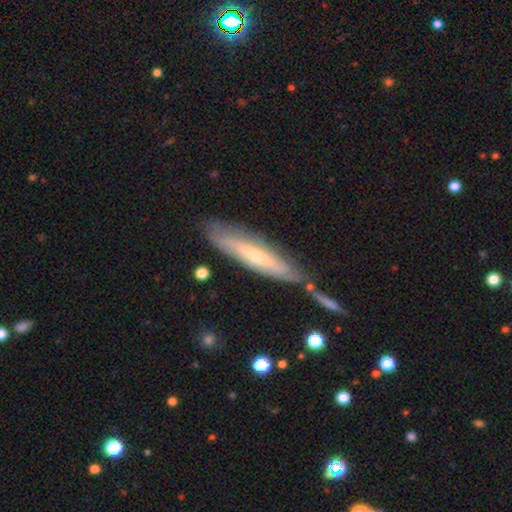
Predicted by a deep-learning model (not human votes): featured or disk 49%, smooth 44%, star or artifact 6%. Down the decision tree: merging — none (65%).